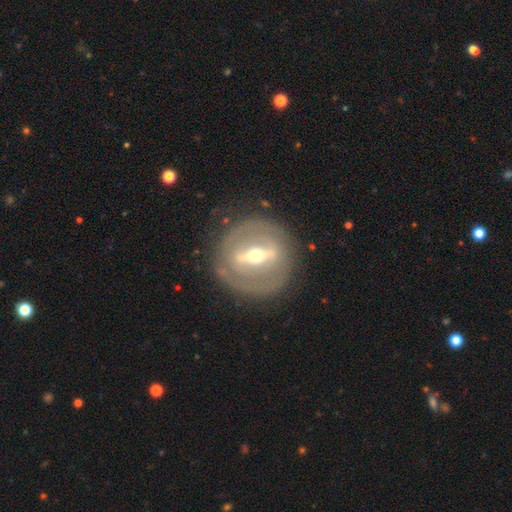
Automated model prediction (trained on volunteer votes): This is likely a featured or disk galaxy (78%). It is clearly not viewed edge-on (81%). Bar: likely strong (72%). Spiral arm pattern: likely no (67%). Central bulge: possibly moderate (52%). Merging: clearly none (81%).